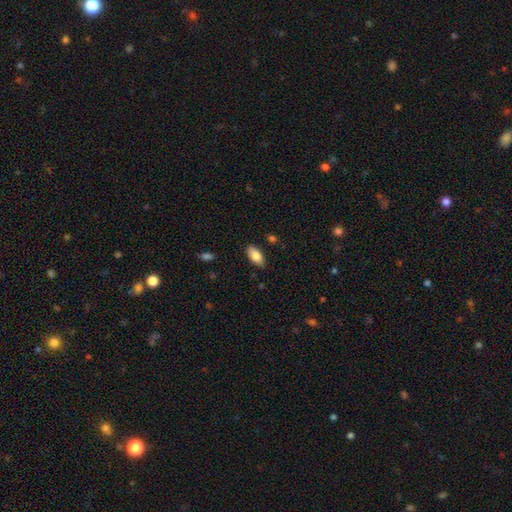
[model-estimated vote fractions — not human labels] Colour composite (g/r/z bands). It shows a smooth galaxy with no disk features (81%) that is in between round and cigar-shaped (91%). Merging: none (85%).